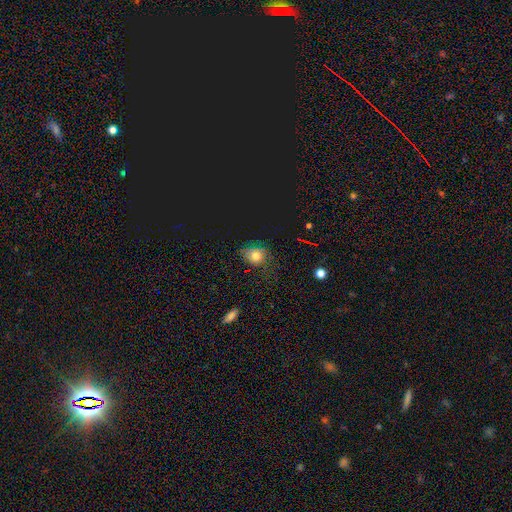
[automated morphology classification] smooth_or_featured: smooth (p=0.66) [alt: star or artifact p=0.24]
how_rounded: round (p=0.65) [alt: in between p=0.33]
merging: none (p=0.67) [alt: minor disturbance p=0.21]